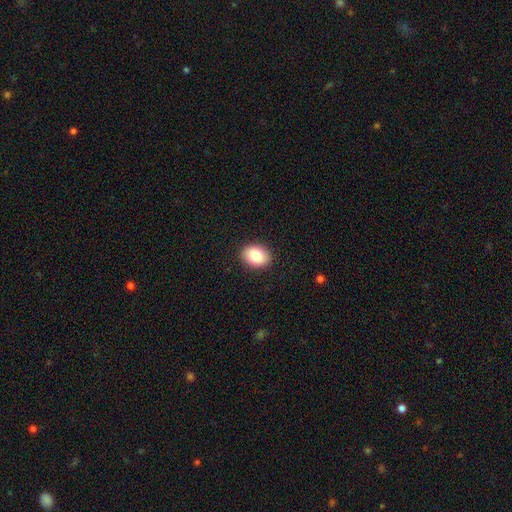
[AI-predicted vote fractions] A smooth galaxy with no disk features (84%) that is in between round and cigar-shaped (68%).

Vote fractions:
- Smooth or featured? smooth: 84% / featured or disk: 8% / star or artifact: 8%
- How rounded? in between: 68% / round: 31% / cigar-shaped: 1%
- Merging? none: 90% / minor disturbance: 7% / major disturbance: 2% / merger: 1%